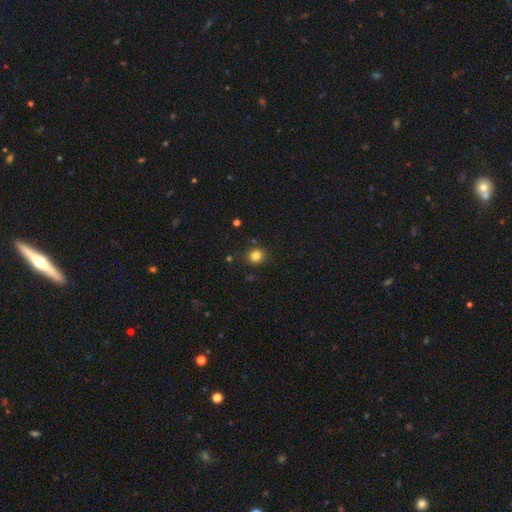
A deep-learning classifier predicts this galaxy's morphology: Q: Smooth or featured?
A: smooth (83%); runner-up: star or artifact (12%)
Q: How rounded?
A: round (83%); runner-up: in between (17%)
Q: Merging?
A: none (87%); runner-up: minor disturbance (8%)